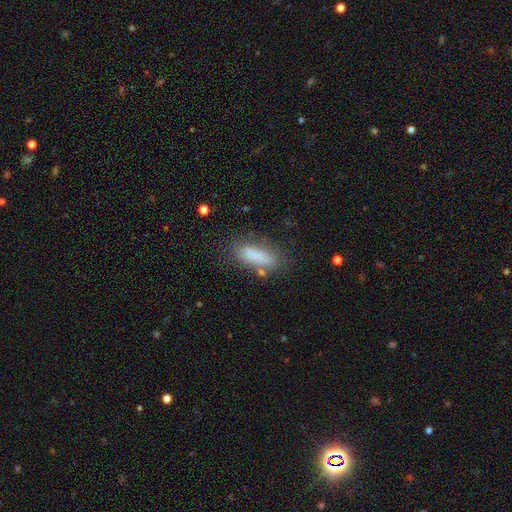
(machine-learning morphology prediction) Smooth or featured?
  - smooth: 79% *
  - featured or disk: 11%
  - star or artifact: 9%
How rounded?
  - in between: 56% *
  - cigar-shaped: 41%
  - round: 3%
Merging?
  - none: 69% *
  - minor disturbance: 18%
  - major disturbance: 7%
  - merger: 6%